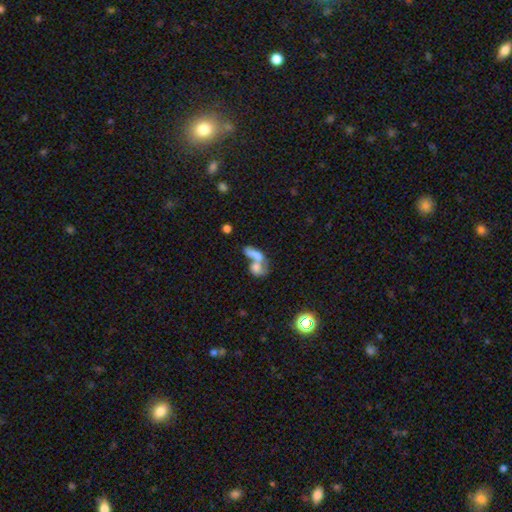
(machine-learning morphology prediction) smooth-or-featured: smooth: 62% | featured or disk: 27% | star or artifact: 11%
  how-rounded: in between: 71% | round: 18% | cigar-shaped: 12%
  merging: merger: 74% | none: 13% | major disturbance: 8% | minor disturbance: 5%